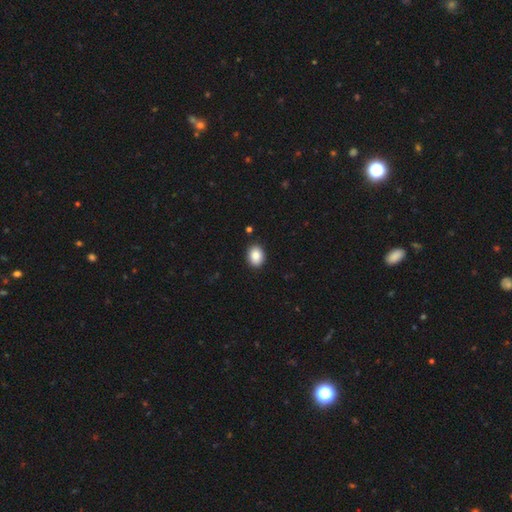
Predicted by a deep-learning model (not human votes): Smooth or featured? Predicted: smooth (p=0.88). How rounded? Predicted: in between (p=0.63). Merging? Predicted: none (p=0.89).